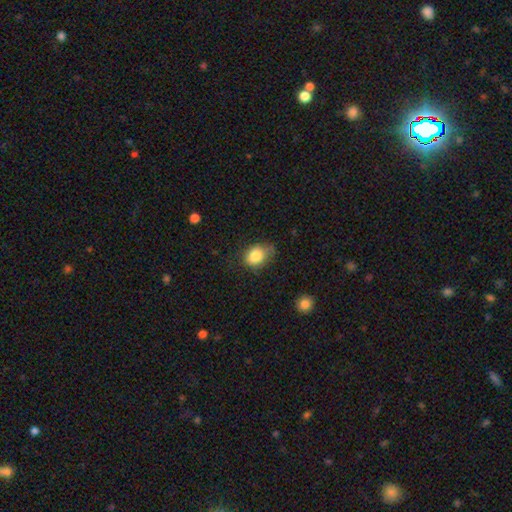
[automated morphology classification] Smooth or featured? Predicted: smooth (p=0.83). How rounded? Predicted: in between (p=0.61). Merging? Predicted: none (p=0.52).